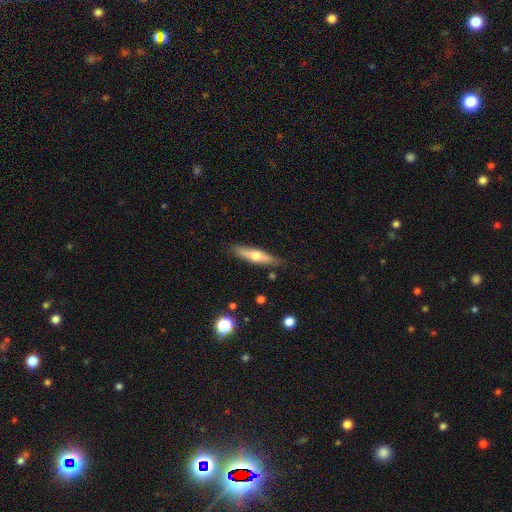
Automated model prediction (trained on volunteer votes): Smooth or featured? Predicted: featured or disk (p=0.49). Merging? Predicted: none (p=0.84).